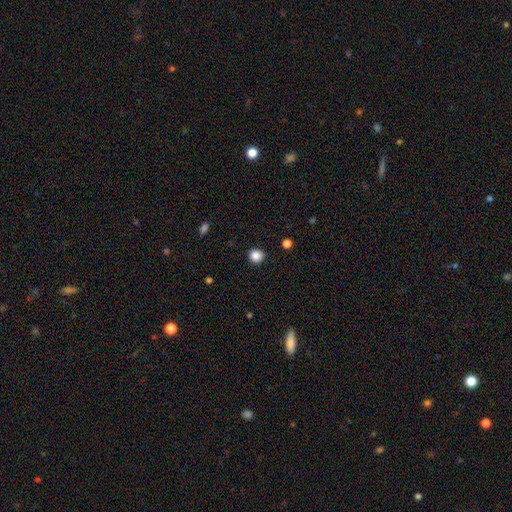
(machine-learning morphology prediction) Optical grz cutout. It shows a smooth galaxy with no disk features (87%) that is round (86%). Merging: none (89%).